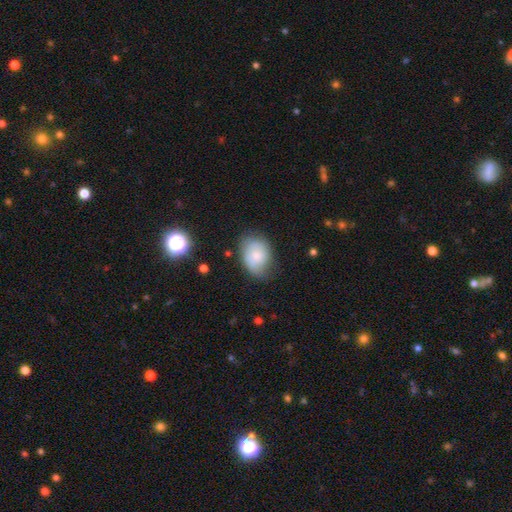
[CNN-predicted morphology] Overall: smooth (64%; featured or disk 27%). How rounded: in between (74%). Merging: none (59%; minor disturbance 30%).